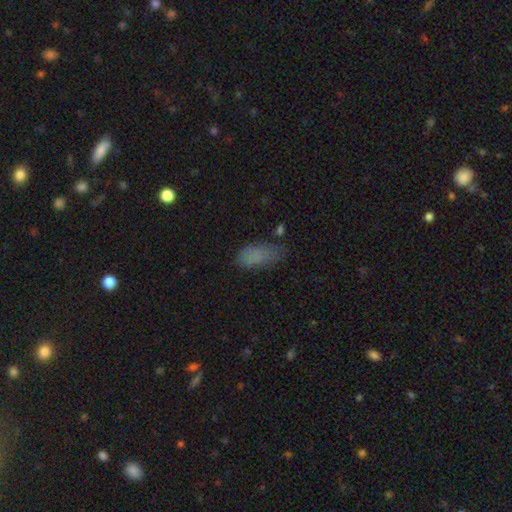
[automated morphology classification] The model was most divided on "merging": none: 55%, minor disturbance: 29%, major disturbance: 12%, merger: 3%. More confident: how rounded — in between (85%); smooth or featured — smooth (80%).